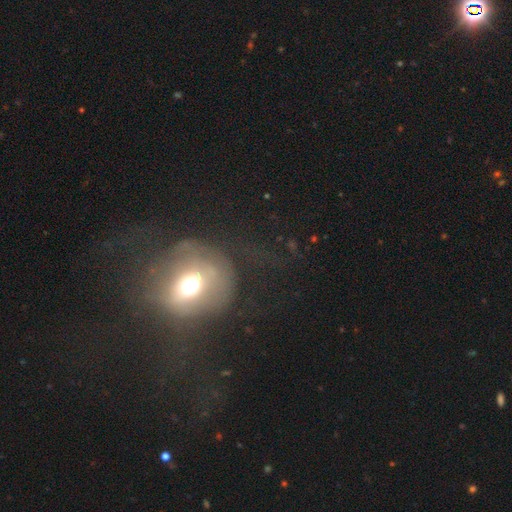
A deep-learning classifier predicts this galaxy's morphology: smooth-or-featured: featured or disk: 39% | smooth: 36% | star or artifact: 26%
  merging: none: 48% | major disturbance: 33% | minor disturbance: 16% | merger: 3%